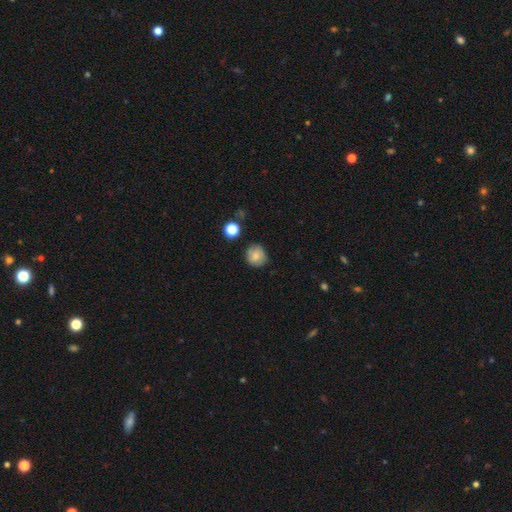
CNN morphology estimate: A smooth galaxy with no disk features (81%) that is round (88%). Merging: none (84%).